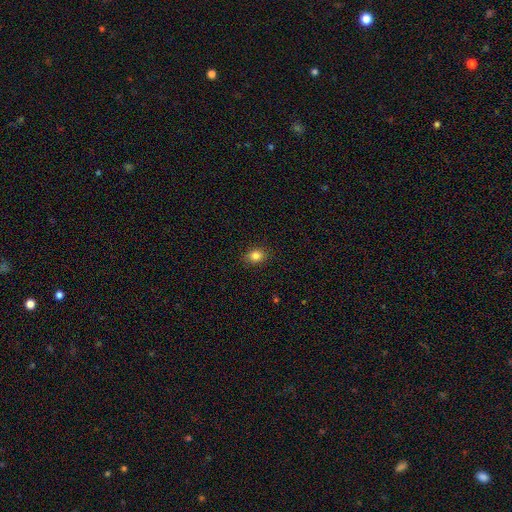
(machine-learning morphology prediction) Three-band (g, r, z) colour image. It shows a smooth galaxy with no disk features (84%) that is in between round and cigar-shaped (53%). Merging: none (87%).